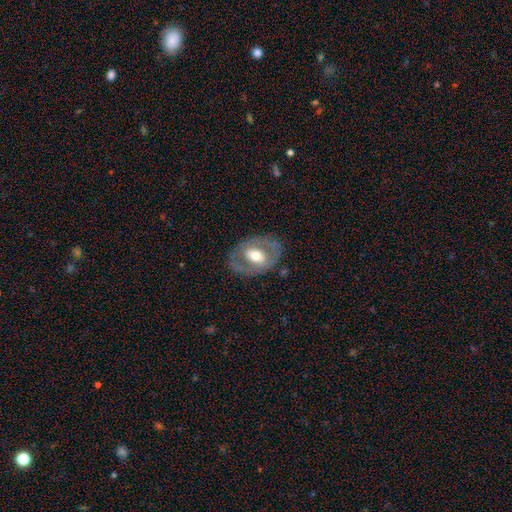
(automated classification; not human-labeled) Smooth or featured: featured or disk — 56% (smooth — 38%)
Edge-on disk: no — 92% (yes — 8%)
Bar: no — 52% (weak — 32%)
Spiral arms: no — 76% (yes — 24%)
Bulge size: moderate — 67% (large — 20%)
Merging: none — 75% (minor disturbance — 15%)